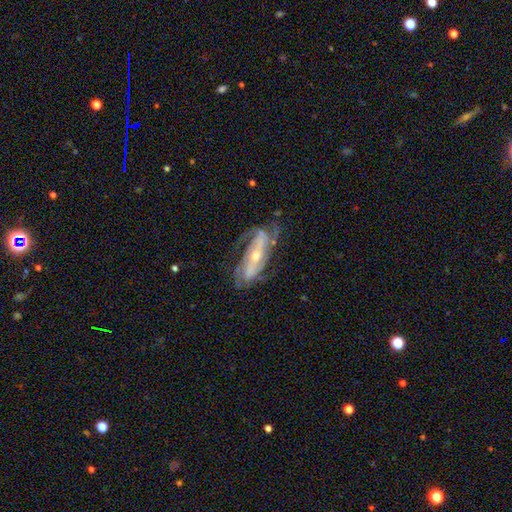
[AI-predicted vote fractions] Smooth or featured? Predicted: featured or disk (p=0.87). Edge-on disk? Predicted: no (p=0.88). Bar? Predicted: strong (p=0.42). Spiral arms? Predicted: yes (p=0.94). Spiral winding? Predicted: medium (p=0.41). Spiral arm count? Predicted: 2 (p=0.51). Bulge size? Predicted: small (p=0.53). Merging? Predicted: none (p=0.64).